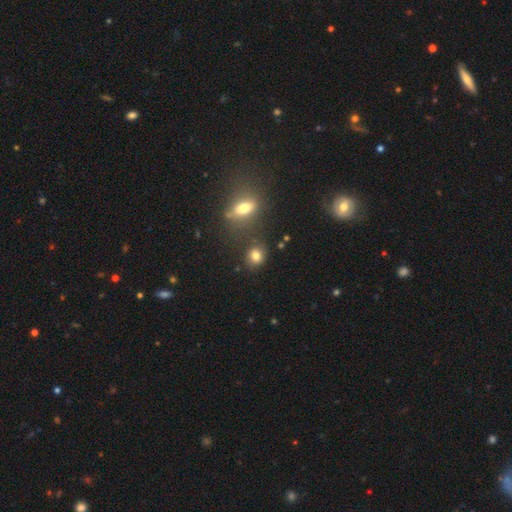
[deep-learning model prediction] smooth-or-featured: smooth: 79% | star or artifact: 13% | featured or disk: 8%
  how-rounded: round: 75% | in between: 24% | cigar-shaped: 2%
  merging: none: 75% | minor disturbance: 11% | merger: 10% | major disturbance: 4%